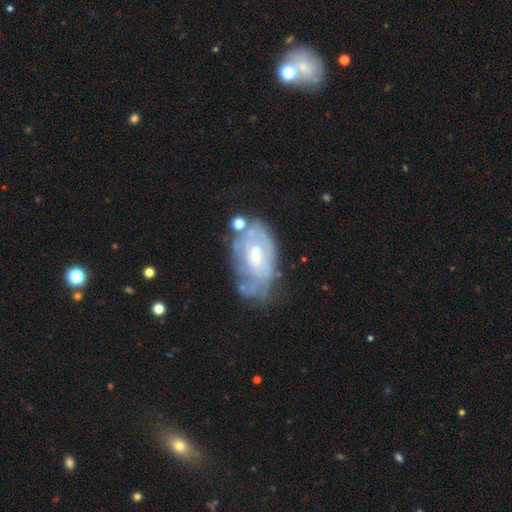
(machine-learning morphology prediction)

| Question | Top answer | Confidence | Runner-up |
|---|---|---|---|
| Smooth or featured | featured or disk | 74% | smooth (19%) |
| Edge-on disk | no | 94% | yes (6%) |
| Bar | no | 62% | weak (32%) |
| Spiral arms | yes | 75% | no (25%) |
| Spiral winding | tight | 65% | medium (25%) |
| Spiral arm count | can't tell | 61% | 2 (18%) |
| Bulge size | small | 56% | moderate (40%) |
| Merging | none | 52% | minor disturbance (27%) |